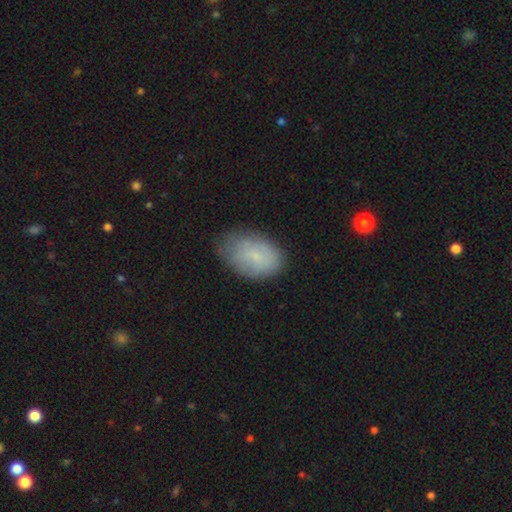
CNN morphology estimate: A smooth galaxy with no disk features (75%) that is in between round and cigar-shaped (89%).

Vote fractions:
- Smooth or featured? smooth: 75% / featured or disk: 16% / star or artifact: 9%
- How rounded? in between: 89% / round: 10% / cigar-shaped: 1%
- Merging? none: 72% / minor disturbance: 21% / major disturbance: 5% / merger: 1%